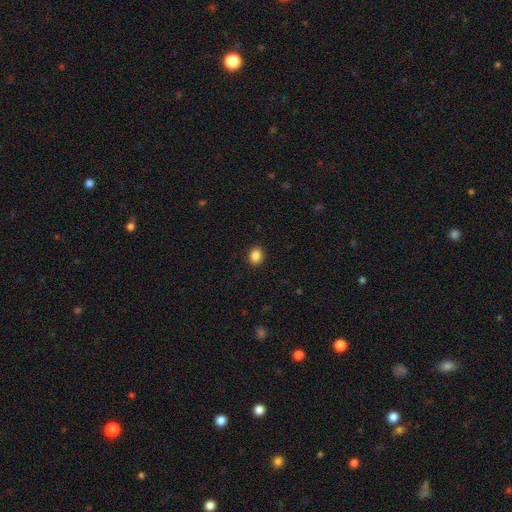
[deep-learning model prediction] Smooth or featured? Predicted: smooth (p=0.87). How rounded? Predicted: in between (p=0.52). Merging? Predicted: none (p=0.91).